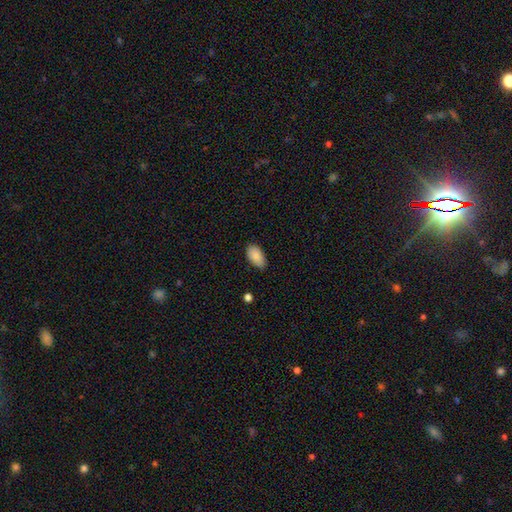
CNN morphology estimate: This appears to be a smooth galaxy with no disk features (88%) that is in between round and cigar-shaped (94%). Merging: none (73%).